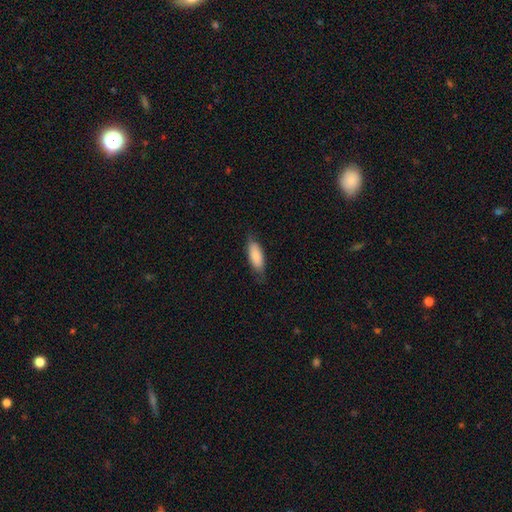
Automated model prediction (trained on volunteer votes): Q: Smooth or featured?
A: smooth (85%); runner-up: featured or disk (9%)
Q: How rounded?
A: in between (75%); runner-up: cigar-shaped (23%)
Q: Merging?
A: none (75%); runner-up: minor disturbance (20%)